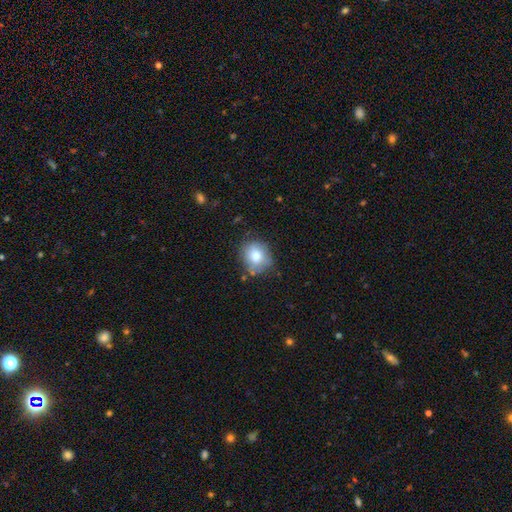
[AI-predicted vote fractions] A smooth galaxy with no disk features (79%) that is round (73%).

Vote fractions:
- Smooth or featured? smooth: 79% / featured or disk: 12% / star or artifact: 9%
- How rounded? round: 73% / in between: 26% / cigar-shaped: 1%
- Merging? none: 74% / minor disturbance: 18% / major disturbance: 4% / merger: 3%